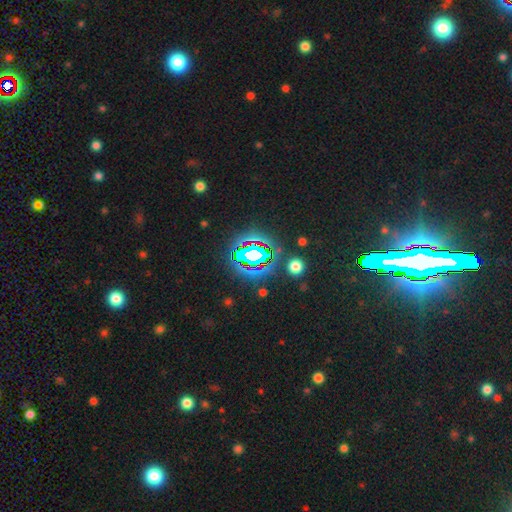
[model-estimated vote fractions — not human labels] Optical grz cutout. It shows a star or artifact, not a galaxy (82%).